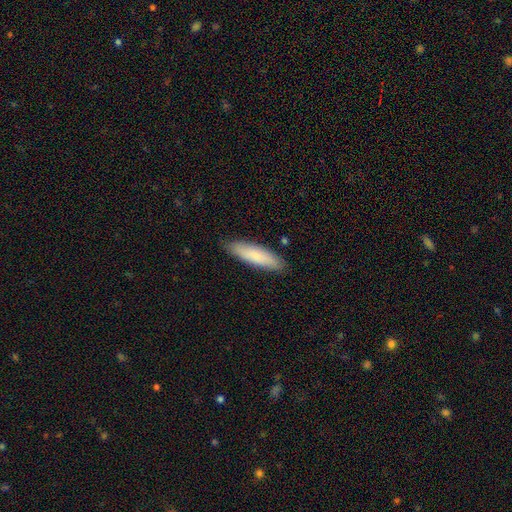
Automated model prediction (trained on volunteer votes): A smooth galaxy with no disk features (79%) that is cigar-shaped (65%). Merging: none (87%).